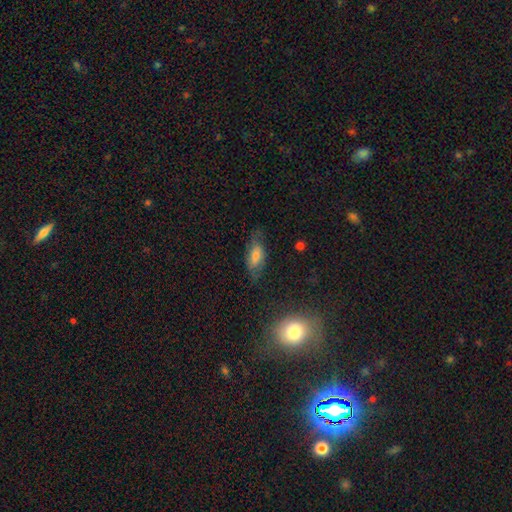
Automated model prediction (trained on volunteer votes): Overall: smooth (60%; featured or disk 28%). How rounded: in between (80%). Merging: none (66%).